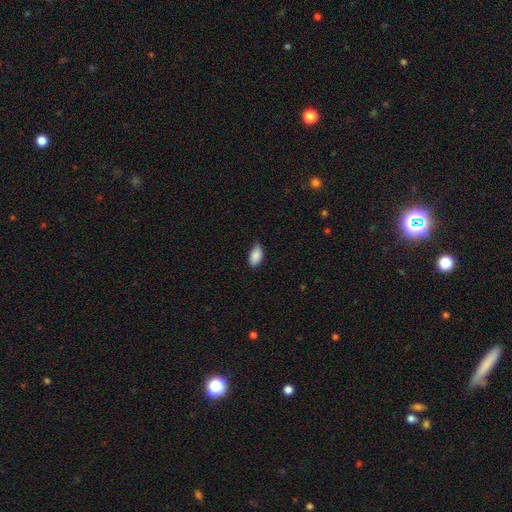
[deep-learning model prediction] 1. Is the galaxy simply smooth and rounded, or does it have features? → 89% smooth, 7% star or artifact, 4% featured or disk.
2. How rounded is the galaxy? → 93% in between, 4% cigar-shaped, 3% round.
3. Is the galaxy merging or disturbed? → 77% none, 20% minor disturbance, 3% major disturbance, 1% merger.